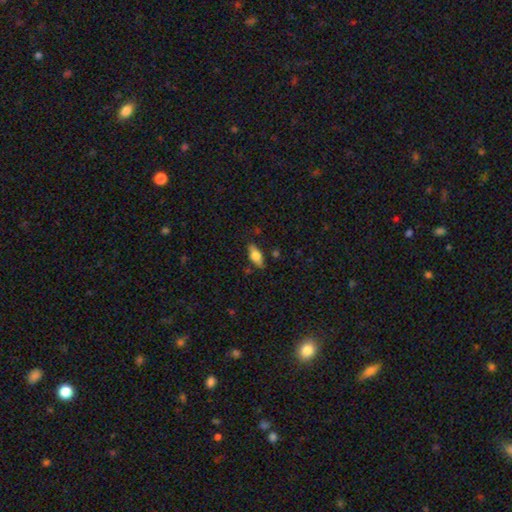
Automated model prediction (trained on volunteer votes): Smooth or featured? Predicted: smooth (p=0.66). How rounded? Predicted: in between (p=0.79). Merging? Predicted: none (p=0.81).